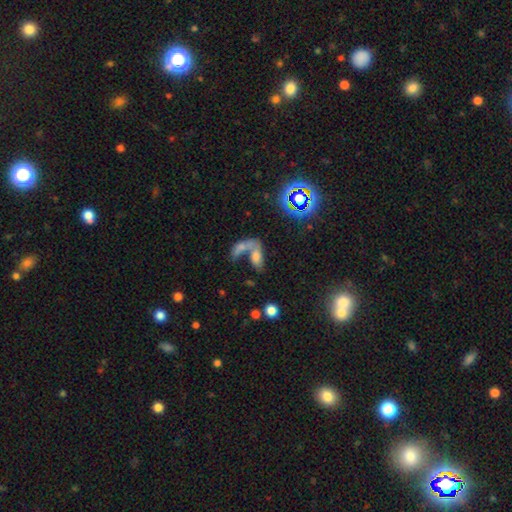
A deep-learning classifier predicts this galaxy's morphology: type=smooth (58%); roundness=in between (79%); merging=merger (65%).